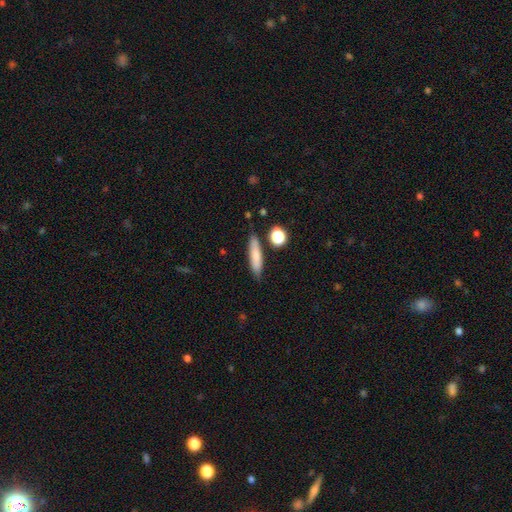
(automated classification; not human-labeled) This is likely a smooth galaxy (78%). How rounded: likely cigar-shaped (75%). Merging: clearly none (81%).